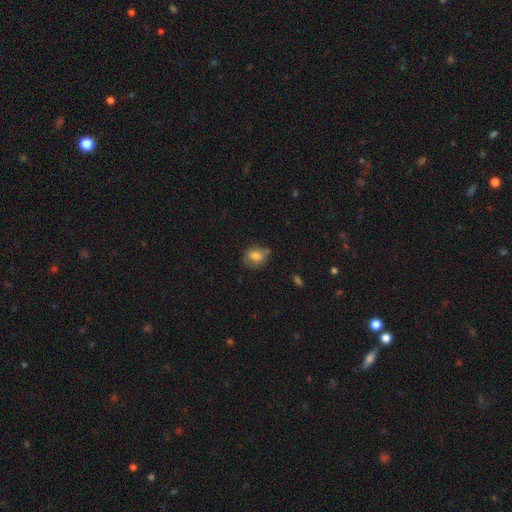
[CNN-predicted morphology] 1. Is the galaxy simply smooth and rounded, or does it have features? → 75% smooth, 15% featured or disk, 9% star or artifact.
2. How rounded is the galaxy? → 53% round, 46% in between, 1% cigar-shaped.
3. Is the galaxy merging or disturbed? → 60% none, 29% minor disturbance, 7% major disturbance, 4% merger.